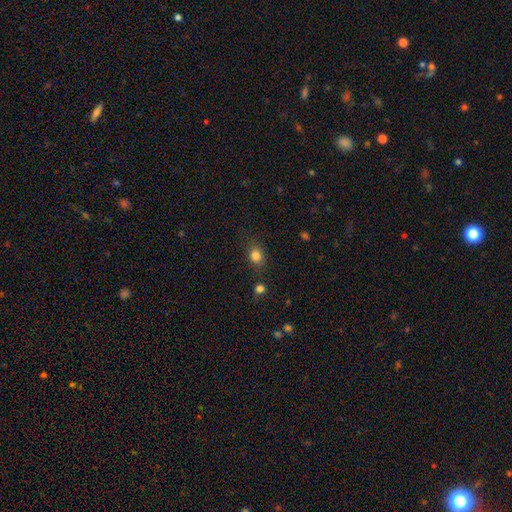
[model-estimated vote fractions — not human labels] Overall: smooth (82%). How rounded: round (56%; in between 43%). Merging: none (78%).